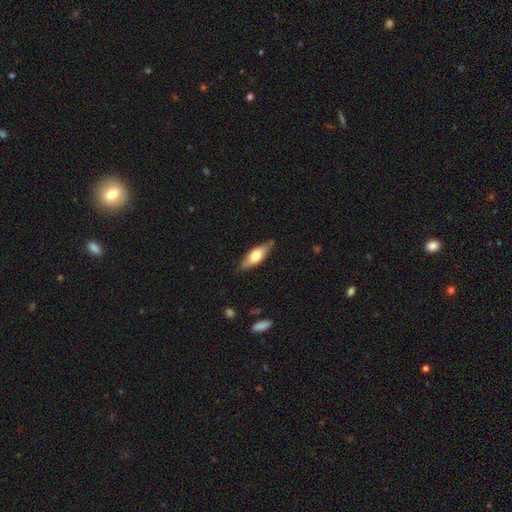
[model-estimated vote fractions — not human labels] Q: Smooth or featured?
A: smooth (57%); runner-up: featured or disk (38%)
Q: How rounded?
A: in between (56%); runner-up: cigar-shaped (41%)
Q: Merging?
A: none (81%); runner-up: minor disturbance (15%)